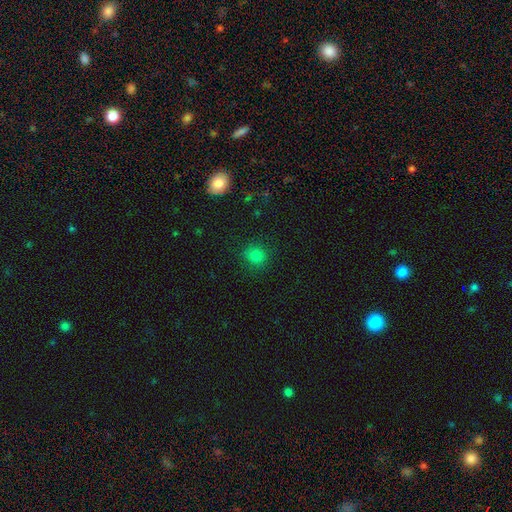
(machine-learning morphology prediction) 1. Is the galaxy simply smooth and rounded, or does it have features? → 80% smooth, 15% star or artifact, 5% featured or disk.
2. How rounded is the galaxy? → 88% round, 11% in between, 1% cigar-shaped.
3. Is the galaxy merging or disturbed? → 85% none, 10% minor disturbance, 3% major disturbance, 1% merger.